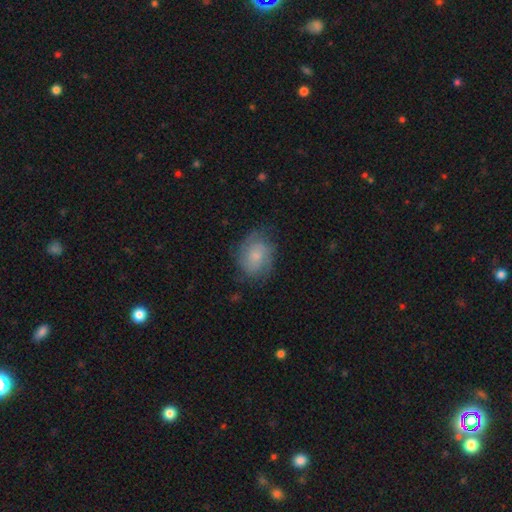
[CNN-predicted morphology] This is possibly a featured or disk galaxy (50%). It is clearly not viewed edge-on (97%). Merging: likely none (69%).